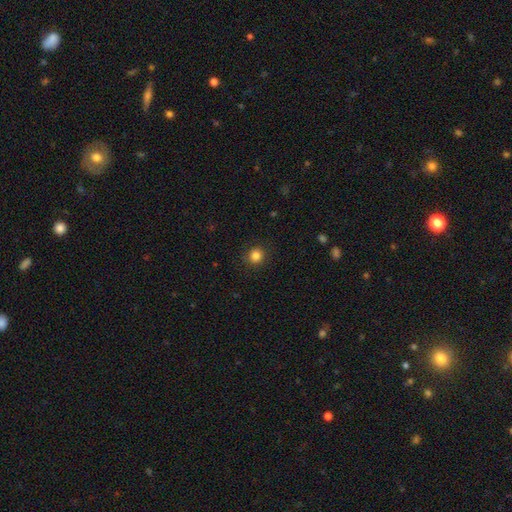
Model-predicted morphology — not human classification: Smooth or featured: smooth — 84% (star or artifact — 12%)
How rounded: round — 89% (in between — 10%)
Merging: none — 89% (minor disturbance — 7%)